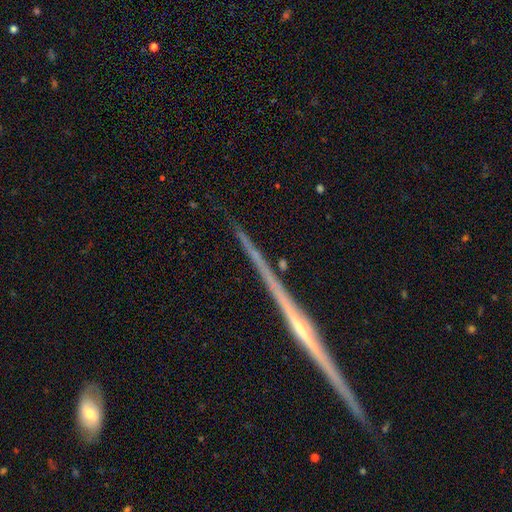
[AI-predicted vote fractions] A featured or disk galaxy (77%) viewed edge-on (98%) with no central bulge (60%). Merging: none (88%).